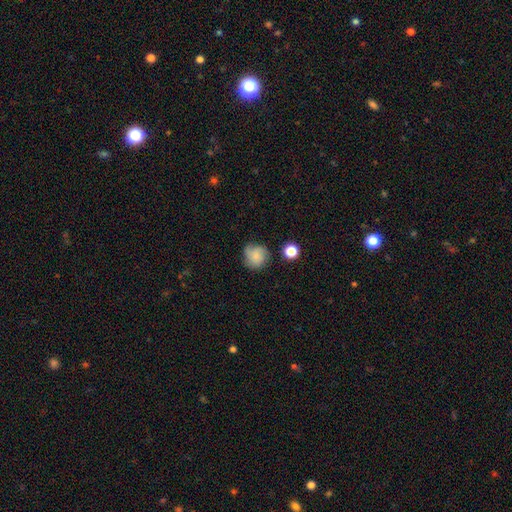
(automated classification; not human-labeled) This appears to be a smooth galaxy with no disk features (64%) that is round (87%). Merging: none (69%).